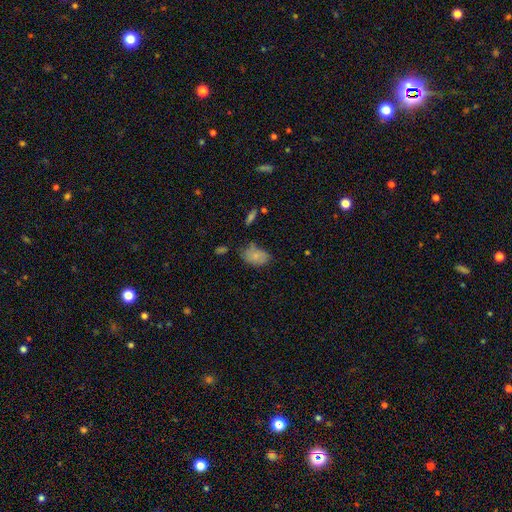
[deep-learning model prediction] smooth_or_featured: smooth (p=0.77) [alt: featured or disk p=0.14]
how_rounded: in between (p=0.88) [alt: round p=0.10]
merging: none (p=0.53) [alt: minor disturbance p=0.31]